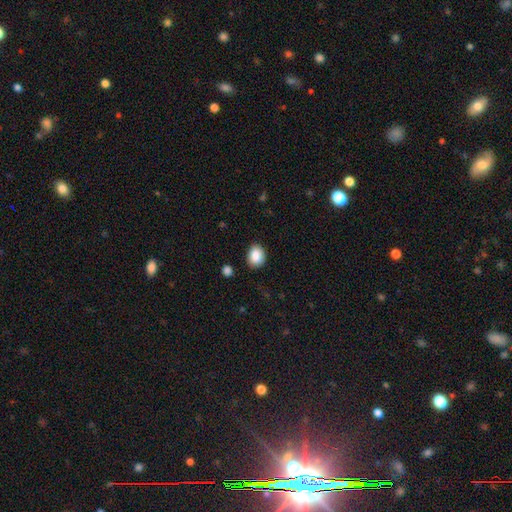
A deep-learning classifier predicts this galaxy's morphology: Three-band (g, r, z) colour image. It shows a smooth galaxy with no disk features (88%) that is in between round and cigar-shaped (54%). Merging: none (84%).